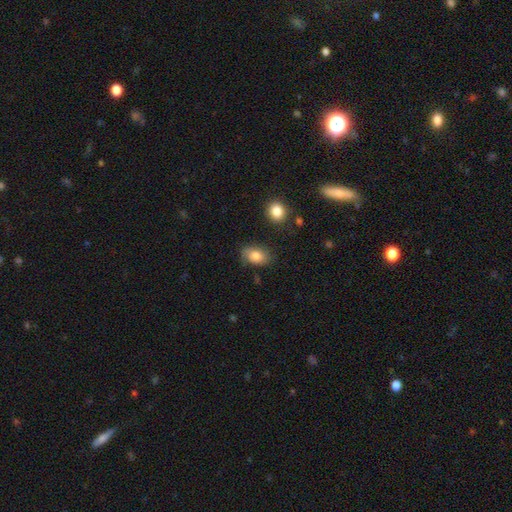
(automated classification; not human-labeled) smooth-or-featured: smooth: 79% | featured or disk: 13% | star or artifact: 8%
  how-rounded: in between: 83% | round: 15% | cigar-shaped: 1%
  merging: none: 67% | minor disturbance: 23% | major disturbance: 7% | merger: 2%